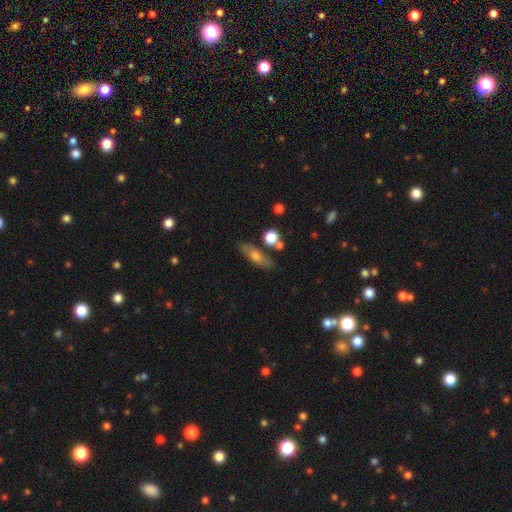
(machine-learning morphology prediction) This appears to be a smooth galaxy with no disk features (61%) that is in between round and cigar-shaped (54%). Merging: none (75%).